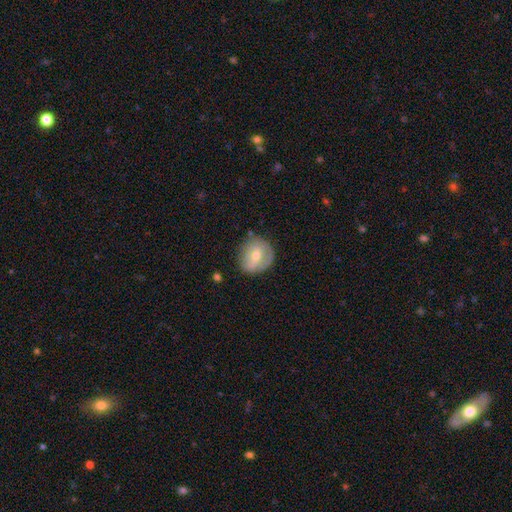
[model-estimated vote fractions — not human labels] Smooth or featured? smooth (49%)
Merging? none (73%)